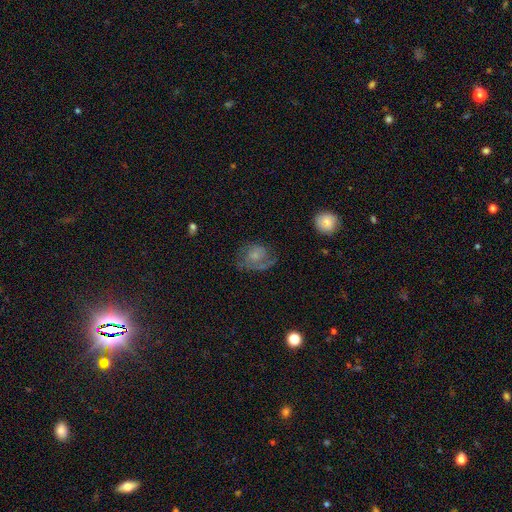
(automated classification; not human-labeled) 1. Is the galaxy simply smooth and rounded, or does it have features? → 56% featured or disk, 35% smooth, 9% star or artifact.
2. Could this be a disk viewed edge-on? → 97% no, 3% yes.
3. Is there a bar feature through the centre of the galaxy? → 76% no, 21% weak, 3% strong.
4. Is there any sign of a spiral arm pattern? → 79% yes, 21% no.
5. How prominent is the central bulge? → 51% small, 26% moderate, 17% none, 5% large, 2% dominant.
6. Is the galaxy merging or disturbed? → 49% none, 26% major disturbance, 23% minor disturbance, 2% merger.